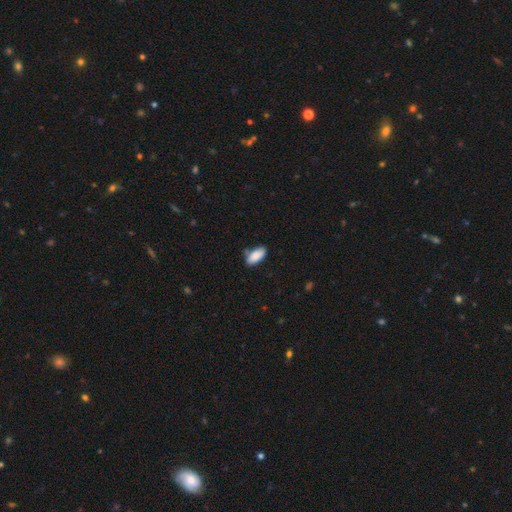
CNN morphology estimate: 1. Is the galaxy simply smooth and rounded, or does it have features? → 88% smooth, 7% star or artifact, 6% featured or disk.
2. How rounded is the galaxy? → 90% in between, 8% cigar-shaped, 2% round.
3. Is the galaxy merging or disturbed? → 72% none, 21% minor disturbance, 4% merger, 4% major disturbance.